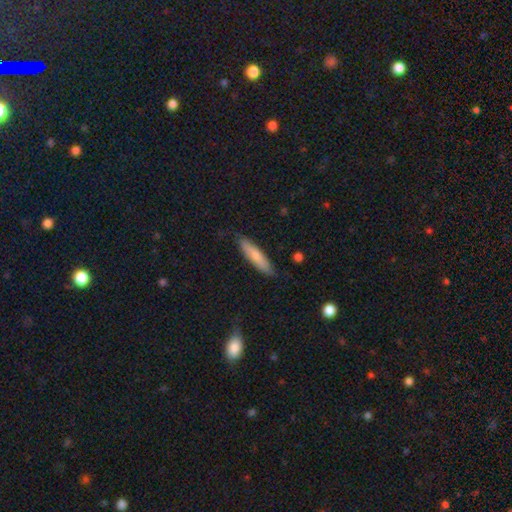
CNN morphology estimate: type=smooth (72%); roundness=cigar-shaped (79%); merging=none (83%).